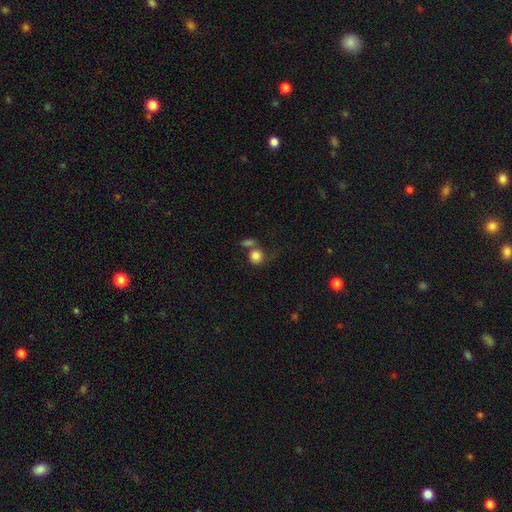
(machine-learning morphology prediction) type=smooth (83%); roundness=round (85%); merging=none (43%).